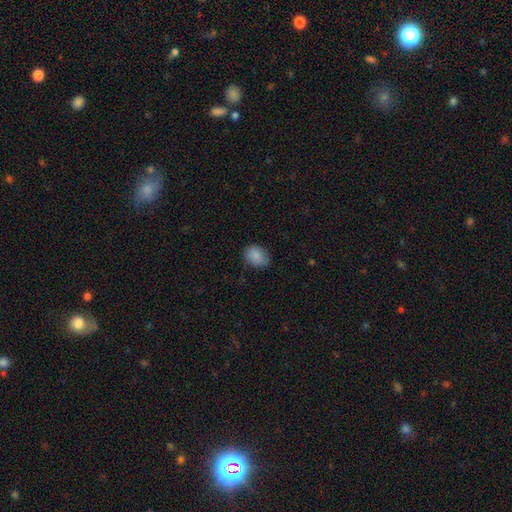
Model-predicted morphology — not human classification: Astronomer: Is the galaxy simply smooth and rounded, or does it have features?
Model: smooth — 88%.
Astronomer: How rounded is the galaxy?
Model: in between — 63%.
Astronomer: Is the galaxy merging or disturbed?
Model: none — 78%.